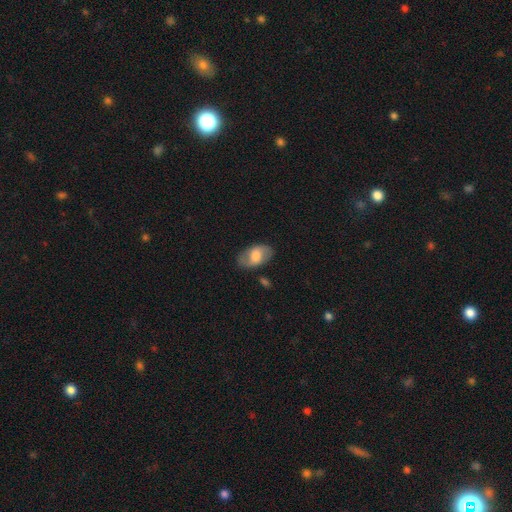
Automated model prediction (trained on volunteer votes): This appears to be a smooth galaxy with no disk features (50%). Merging: none (79%).